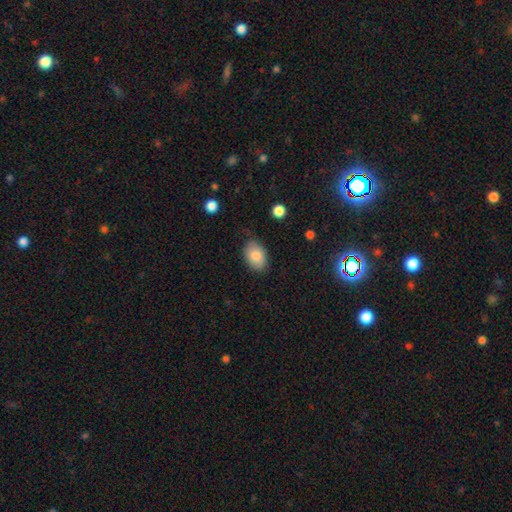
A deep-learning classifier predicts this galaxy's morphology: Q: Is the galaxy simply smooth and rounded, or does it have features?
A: smooth — 85%.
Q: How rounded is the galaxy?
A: in between — 87%.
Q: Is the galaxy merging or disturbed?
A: none — 78%.